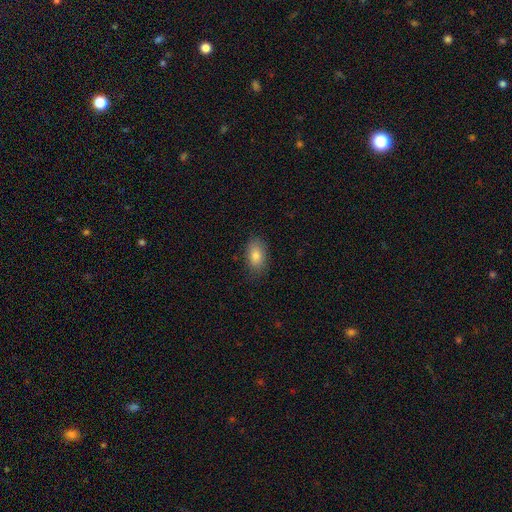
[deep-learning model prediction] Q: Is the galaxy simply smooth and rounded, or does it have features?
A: smooth — 81%.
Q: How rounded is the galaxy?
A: in between — 90%.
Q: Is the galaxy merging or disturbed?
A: none — 83%.